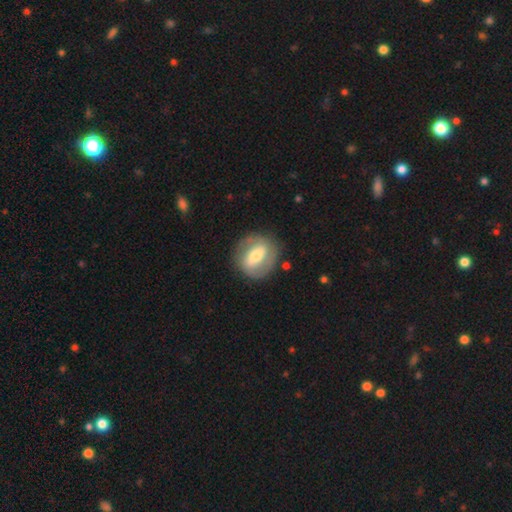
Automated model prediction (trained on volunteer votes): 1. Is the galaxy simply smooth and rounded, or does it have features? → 62% featured or disk, 32% smooth, 6% star or artifact.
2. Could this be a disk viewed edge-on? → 94% no, 6% yes.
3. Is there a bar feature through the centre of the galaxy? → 48% strong, 34% weak, 18% no.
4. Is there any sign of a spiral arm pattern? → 61% yes, 39% no.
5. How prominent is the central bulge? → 60% moderate, 25% small, 11% large, 2% dominant, 1% none.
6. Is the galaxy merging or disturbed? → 82% none, 11% minor disturbance, 5% major disturbance, 2% merger.